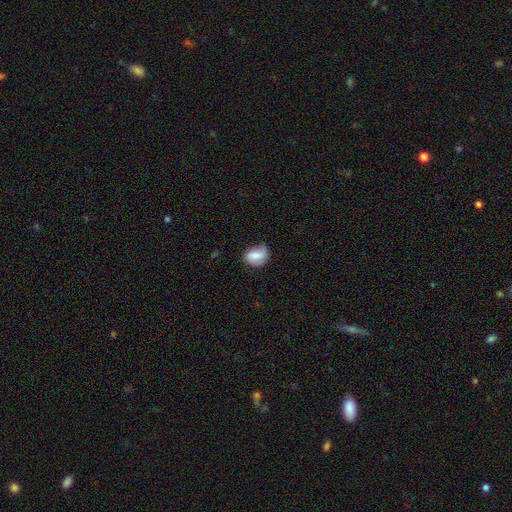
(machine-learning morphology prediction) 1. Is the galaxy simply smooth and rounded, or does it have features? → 72% smooth, 21% featured or disk, 8% star or artifact.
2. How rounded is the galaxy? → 63% in between, 36% round, 1% cigar-shaped.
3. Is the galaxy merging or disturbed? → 62% none, 29% minor disturbance, 7% major disturbance, 2% merger.